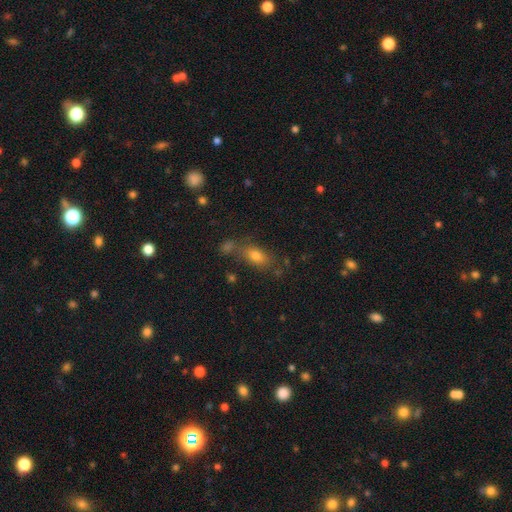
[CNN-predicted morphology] Smooth or featured? smooth (74%)
How rounded? in between (80%)
Merging? none (65%)